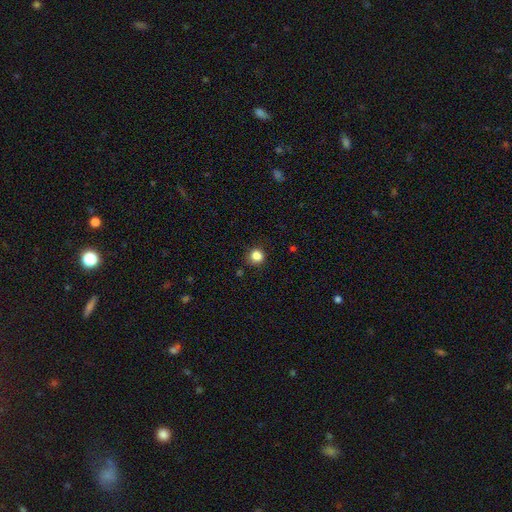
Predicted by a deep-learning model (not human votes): Smooth or featured? smooth (85%)
How rounded? round (91%)
Merging? none (87%)